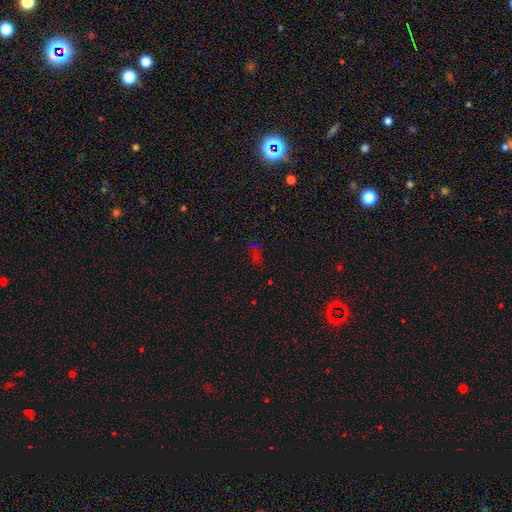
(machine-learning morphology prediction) Overall: star or artifact (52%; smooth 39%).